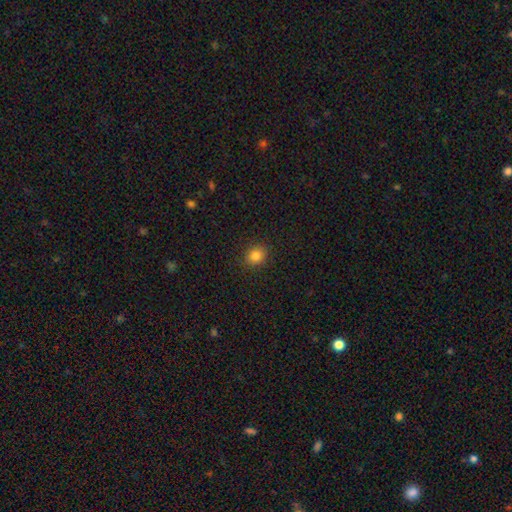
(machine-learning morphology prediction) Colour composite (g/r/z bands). It shows a smooth galaxy with no disk features (83%) that is round (73%). Merging: none (89%).